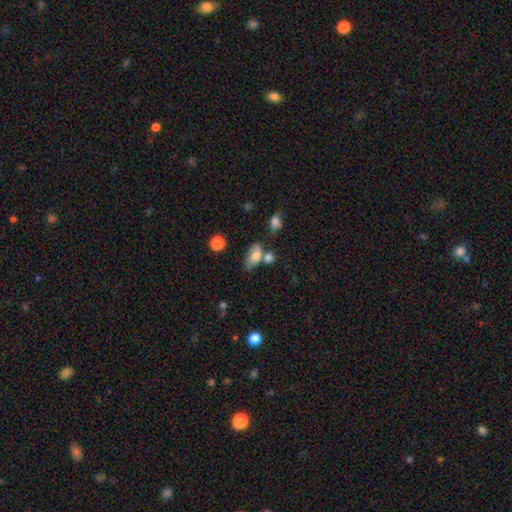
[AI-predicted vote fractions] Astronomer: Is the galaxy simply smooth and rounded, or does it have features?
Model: smooth — 75%.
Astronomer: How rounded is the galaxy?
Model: in between — 86%.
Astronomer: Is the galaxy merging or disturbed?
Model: none — 45% (runner-up: merger, 24%).